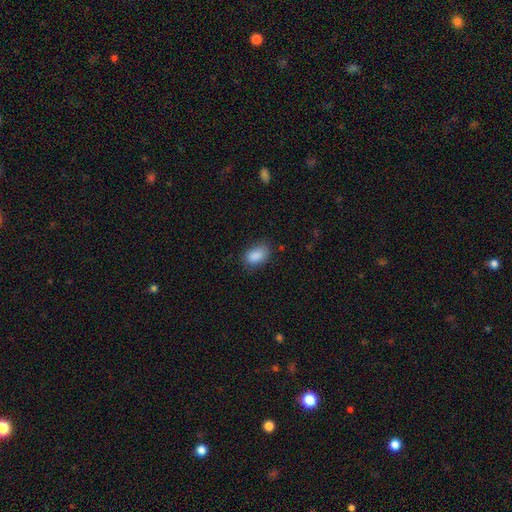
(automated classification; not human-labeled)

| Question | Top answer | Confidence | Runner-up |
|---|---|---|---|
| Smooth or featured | smooth | 88% | star or artifact (8%) |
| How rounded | in between | 89% | round (9%) |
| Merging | none | 74% | minor disturbance (20%) |